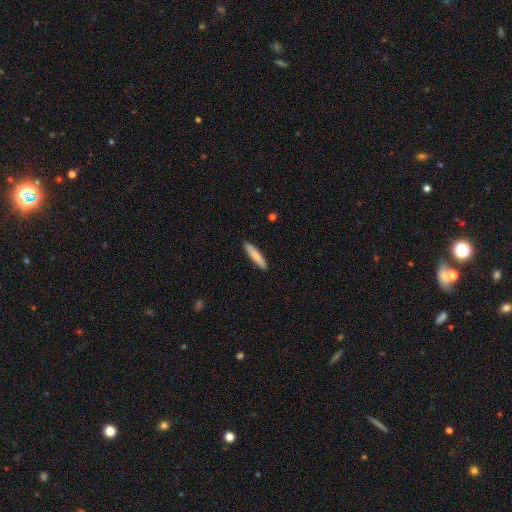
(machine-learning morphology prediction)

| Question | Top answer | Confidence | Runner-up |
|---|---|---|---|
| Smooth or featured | smooth | 82% | featured or disk (13%) |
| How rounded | cigar-shaped | 87% | in between (12%) |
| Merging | none | 90% | minor disturbance (7%) |